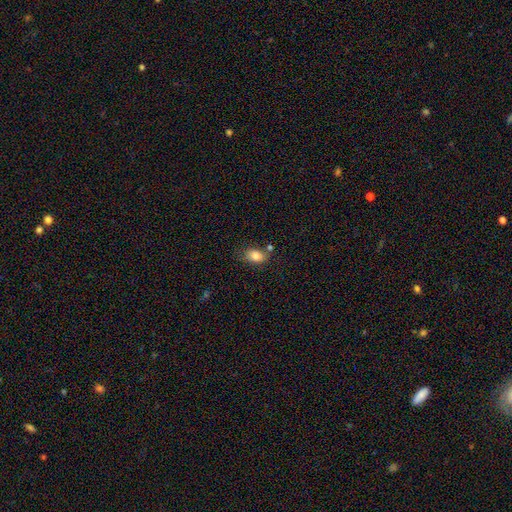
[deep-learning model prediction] The model was most divided on "merging": none: 64%, minor disturbance: 18%, merger: 13%, major disturbance: 5%. More confident: smooth or featured — smooth (83%); how rounded — in between (83%).